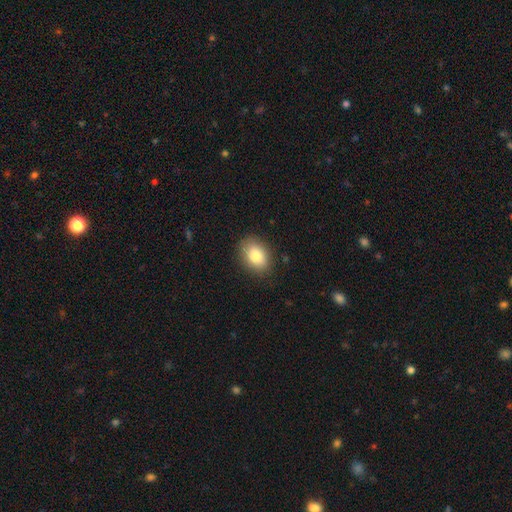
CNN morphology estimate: smooth_or_featured: smooth (p=0.83) [alt: featured or disk p=0.09]
how_rounded: in between (p=0.76) [alt: round p=0.23]
merging: none (p=0.86) [alt: minor disturbance p=0.10]